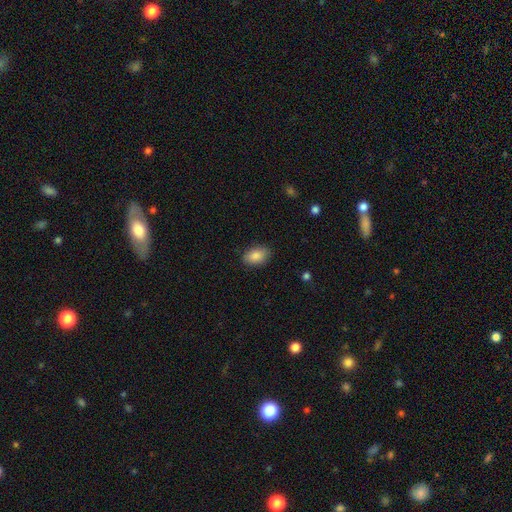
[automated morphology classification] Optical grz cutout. It shows a smooth galaxy with no disk features (87%) that is in between round and cigar-shaped (89%). Merging: none (86%).